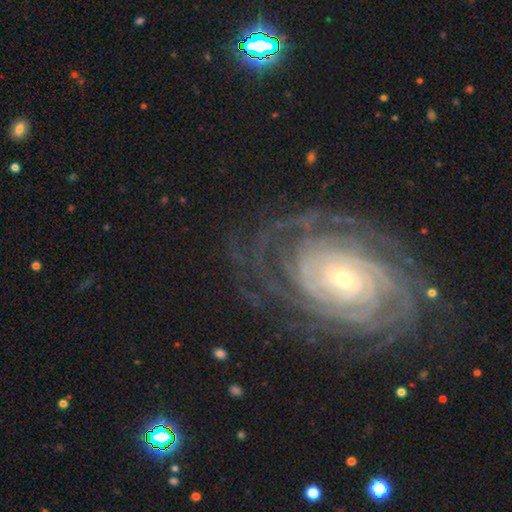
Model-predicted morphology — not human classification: A featured or disk galaxy (85%) with no bar (71%), tight (82%) spiral arms (96%) and a small central bulge (72%).

Vote fractions:
- Smooth or featured? featured or disk: 85% / star or artifact: 8% / smooth: 7%
- Edge-on disk? no: 96% / yes: 4%
- Bar? no: 71% / weak: 19% / strong: 10%
- Spiral arms? yes: 96% / no: 4%
- Spiral winding? tight: 82% / medium: 14% / loose: 3%
- Spiral arm count? can't tell: 35% / more than 4: 18% / 4: 14% / 2: 14% / 3: 12% / 1: 7%
- Bulge size? small: 72% / moderate: 23% / large: 2% / none: 1% / dominant: 1%
- Merging? none: 75% / minor disturbance: 15% / major disturbance: 8% / merger: 2%